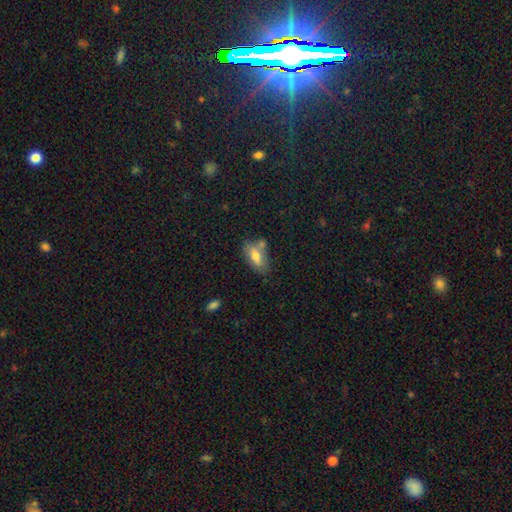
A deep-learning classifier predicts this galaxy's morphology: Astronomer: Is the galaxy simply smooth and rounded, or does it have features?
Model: smooth — 67%.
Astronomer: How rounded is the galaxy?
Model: in between — 83%.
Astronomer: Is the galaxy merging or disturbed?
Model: none — 55%.